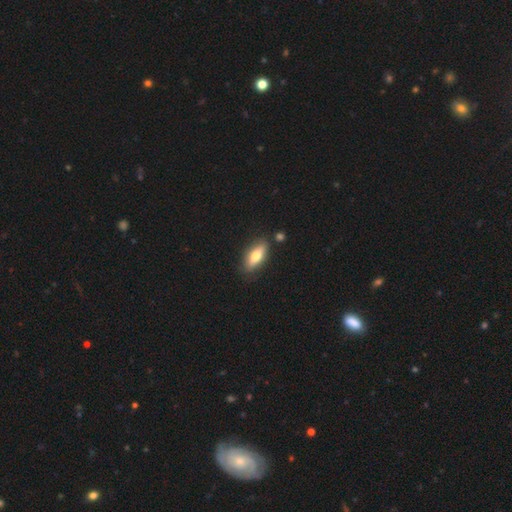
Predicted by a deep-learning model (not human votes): smooth 66%, featured or disk 27%, star or artifact 6%. Down the decision tree: how rounded — in between (72%); merging — none (82%).